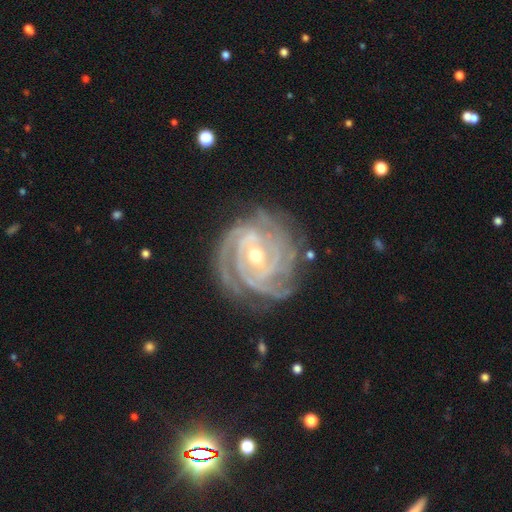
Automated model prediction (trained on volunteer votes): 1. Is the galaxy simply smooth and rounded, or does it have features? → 92% featured or disk, 4% star or artifact, 4% smooth.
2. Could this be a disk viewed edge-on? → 97% no, 3% yes.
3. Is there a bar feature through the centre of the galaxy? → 50% no, 34% weak, 16% strong.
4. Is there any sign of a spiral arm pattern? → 98% yes, 2% no.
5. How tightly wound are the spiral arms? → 79% tight, 18% medium, 3% loose.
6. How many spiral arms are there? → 32% 3, 18% 2, 18% can't tell, 17% 4, 8% more than 4, 7% 1.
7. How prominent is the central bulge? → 60% moderate, 36% small, 2% large, 1% none, 1% dominant.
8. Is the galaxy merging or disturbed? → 74% none, 18% minor disturbance, 7% major disturbance, 2% merger.